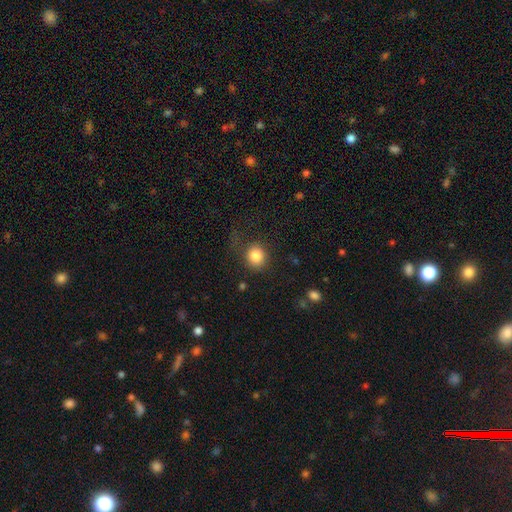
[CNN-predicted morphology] smooth 84%, star or artifact 10%, featured or disk 6%. Down the decision tree: how rounded — round (83%); merging — none (74%).